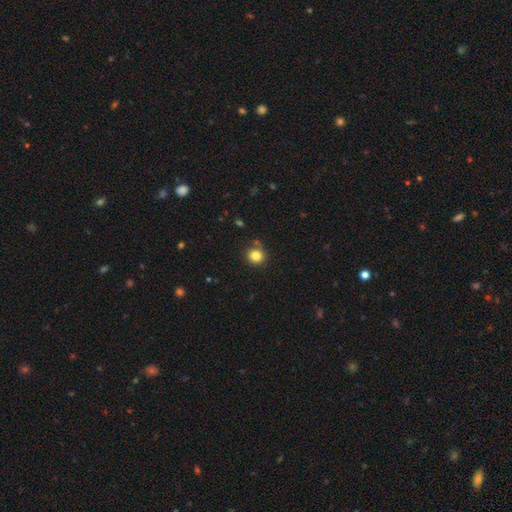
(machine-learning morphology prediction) Smooth or featured: smooth — 83% (star or artifact — 11%)
How rounded: round — 91% (in between — 8%)
Merging: none — 79% (minor disturbance — 11%)